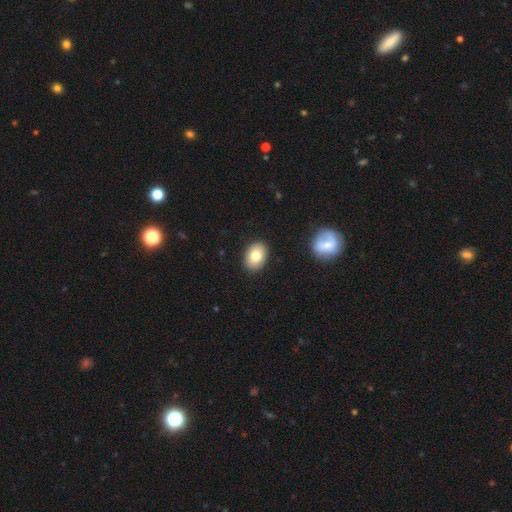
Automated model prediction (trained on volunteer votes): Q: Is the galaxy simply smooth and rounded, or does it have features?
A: smooth — 81%.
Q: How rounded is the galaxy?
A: in between — 79%.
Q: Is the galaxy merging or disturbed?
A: none — 89%.